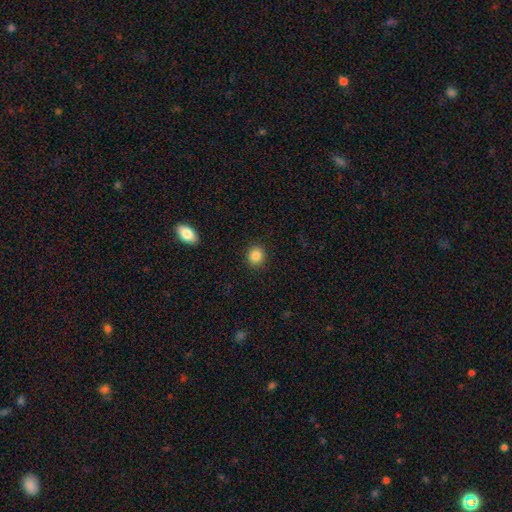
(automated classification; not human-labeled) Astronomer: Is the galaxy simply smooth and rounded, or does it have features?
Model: smooth — 87%.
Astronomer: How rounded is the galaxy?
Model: round — 81%.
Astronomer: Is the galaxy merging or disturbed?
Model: none — 90%.